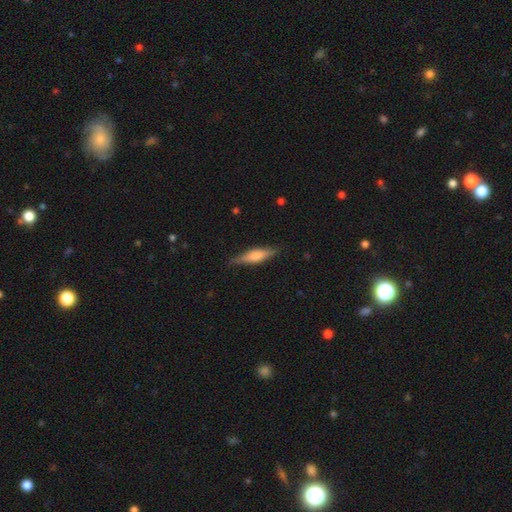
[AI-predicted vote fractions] Overall: smooth (53%; featured or disk 41%). How rounded: cigar-shaped (72%). Merging: none (84%).